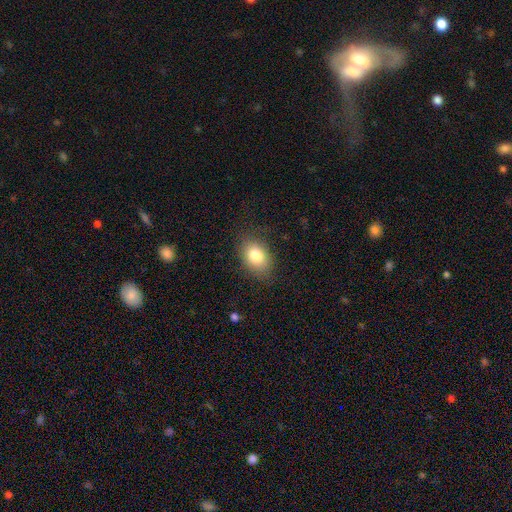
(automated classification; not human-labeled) Morphology: type=smooth (80%); roundness=in between (76%); merging=none (81%).